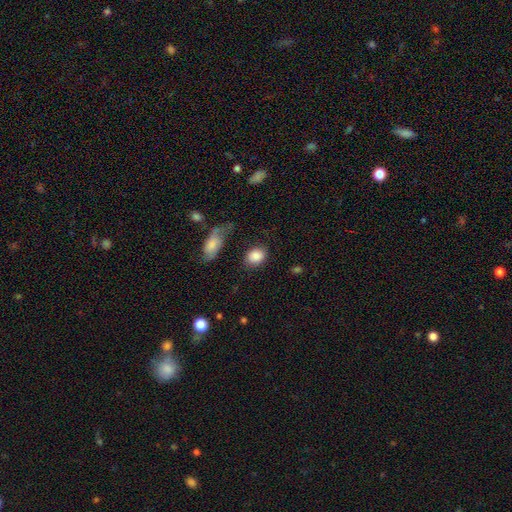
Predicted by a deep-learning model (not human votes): This appears to be a smooth galaxy with no disk features (86%) that is in between round and cigar-shaped (57%). Merging: none (73%).